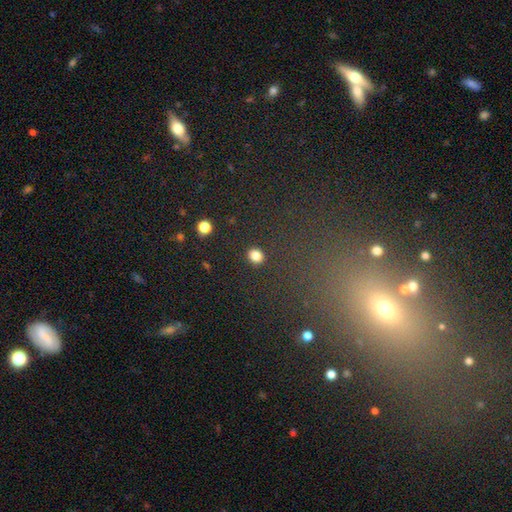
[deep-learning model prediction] Smooth or featured: smooth — 83% (star or artifact — 12%)
How rounded: round — 71% (in between — 28%)
Merging: none — 90% (minor disturbance — 6%)